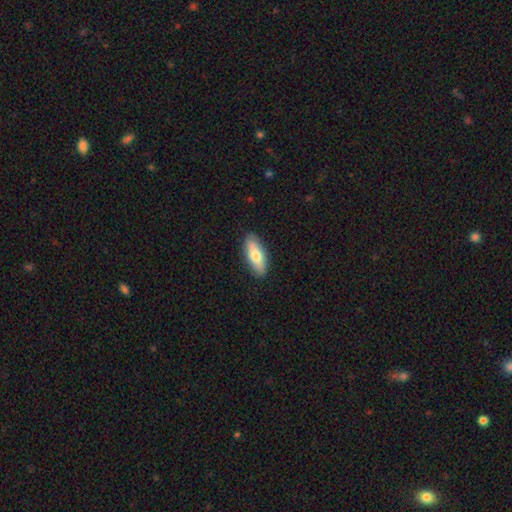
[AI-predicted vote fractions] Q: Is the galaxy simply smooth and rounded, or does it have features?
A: smooth — 71%.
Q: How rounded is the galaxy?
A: in between — 69%.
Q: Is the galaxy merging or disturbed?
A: none — 88%.